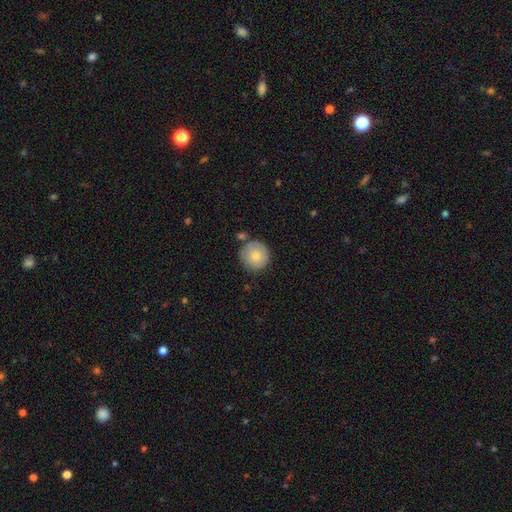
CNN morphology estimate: Smooth or featured: smooth — 80% (featured or disk — 14%)
How rounded: round — 95% (in between — 4%)
Merging: none — 73% (minor disturbance — 15%)